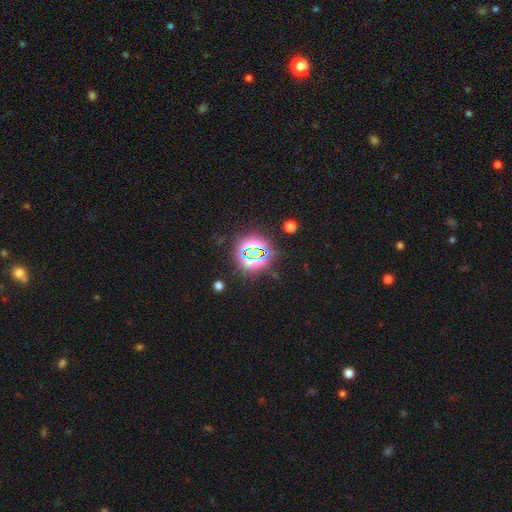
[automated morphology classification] This appears to be a star or artifact, not a galaxy (72%).